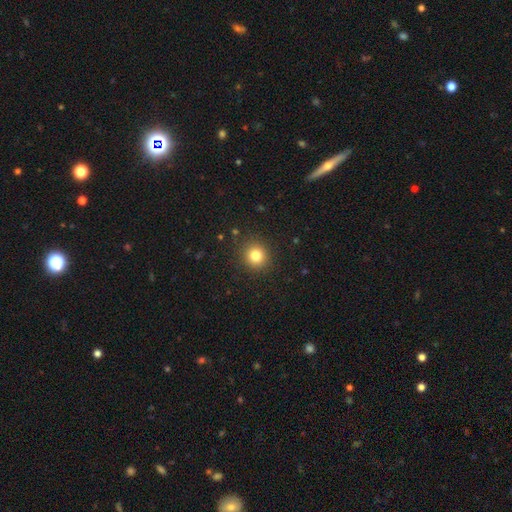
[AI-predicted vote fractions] Smooth or featured?
  - smooth: 80% *
  - star or artifact: 13%
  - featured or disk: 7%
How rounded?
  - round: 92% *
  - in between: 8%
  - cigar-shaped: 1%
Merging?
  - none: 90% *
  - minor disturbance: 6%
  - major disturbance: 3%
  - merger: 1%